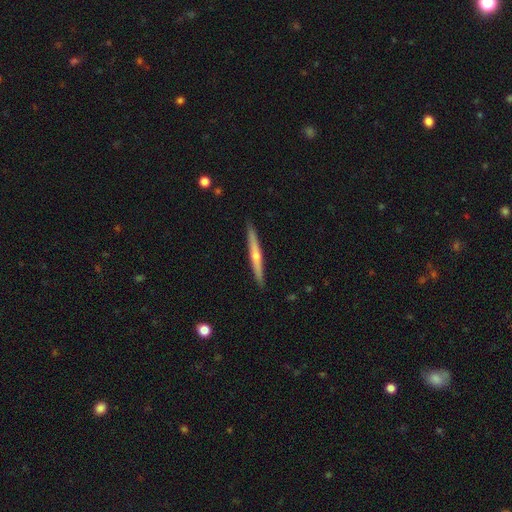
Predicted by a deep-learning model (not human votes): Morphology: type=featured or disk (61%); edge-on=yes (97%); edge-on bulge=rounded (74%); merging=none (91%).